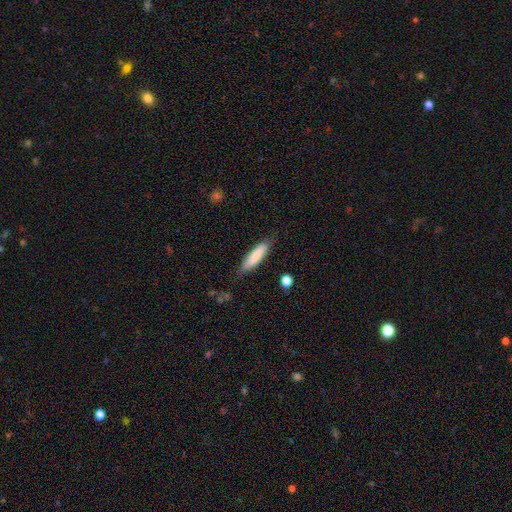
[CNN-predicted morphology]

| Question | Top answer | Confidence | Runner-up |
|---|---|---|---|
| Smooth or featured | smooth | 82% | featured or disk (12%) |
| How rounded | cigar-shaped | 65% | in between (33%) |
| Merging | none | 79% | minor disturbance (16%) |